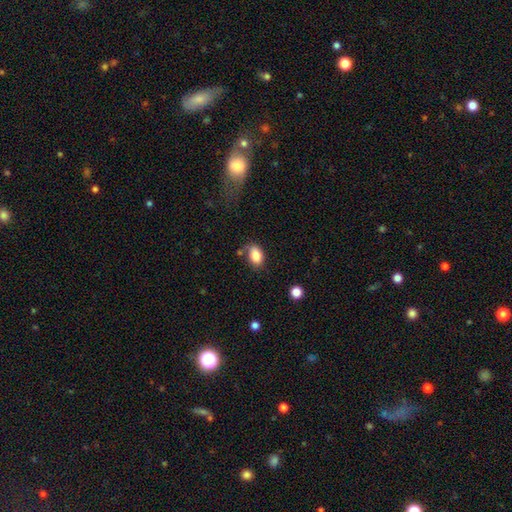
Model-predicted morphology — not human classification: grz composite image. It shows a smooth galaxy with no disk features (84%) that is in between round and cigar-shaped (87%). Merging: none (66%).